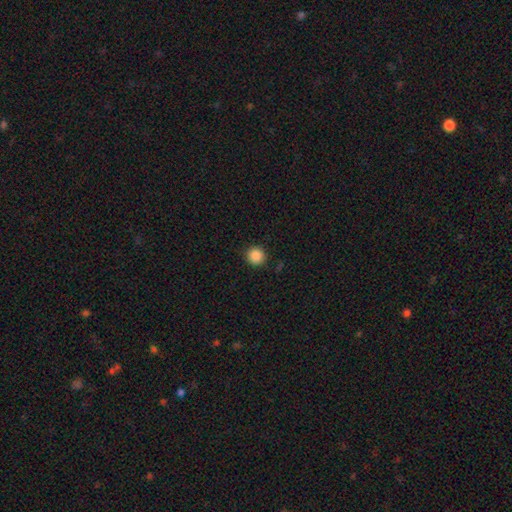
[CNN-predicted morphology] smooth 87%, star or artifact 10%, featured or disk 3%. Down the decision tree: how rounded — round (94%); merging — none (91%).